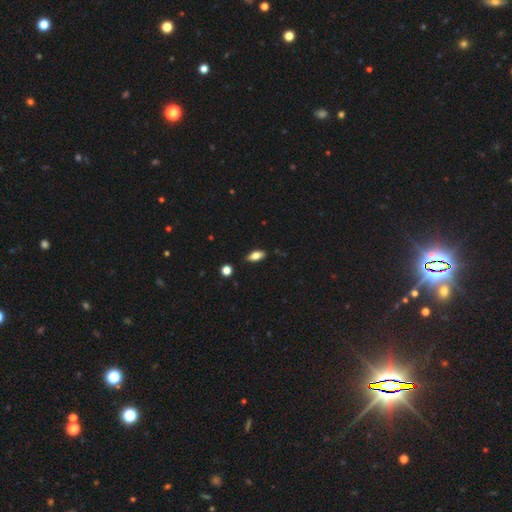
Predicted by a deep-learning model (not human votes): Smooth or featured: smooth — 76% (featured or disk — 16%)
How rounded: in between — 85% (cigar-shaped — 12%)
Merging: none — 84% (minor disturbance — 12%)